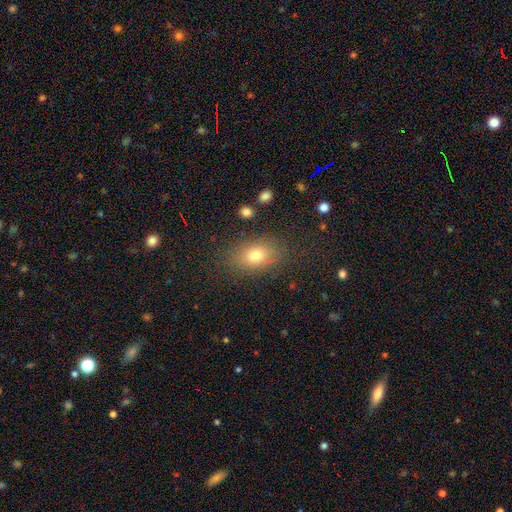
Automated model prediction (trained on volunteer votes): A smooth galaxy with no disk features (74%) that is in between round and cigar-shaped (80%).

Vote fractions:
- Smooth or featured? smooth: 74% / featured or disk: 14% / star or artifact: 12%
- How rounded? in between: 80% / round: 17% / cigar-shaped: 3%
- Merging? none: 82% / minor disturbance: 12% / major disturbance: 5% / merger: 2%